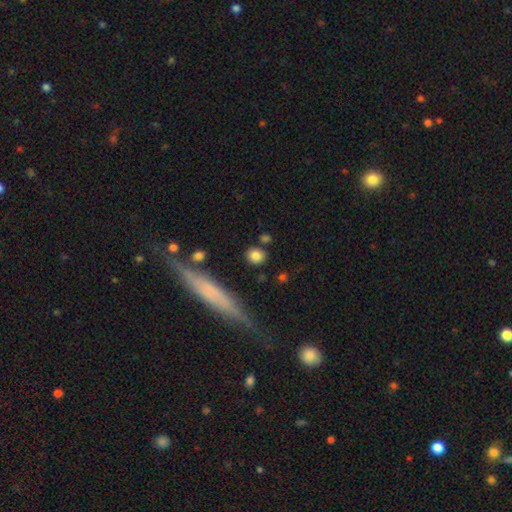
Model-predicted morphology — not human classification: This appears to be a smooth galaxy with no disk features (82%) that is round (80%). Merging: none (84%).